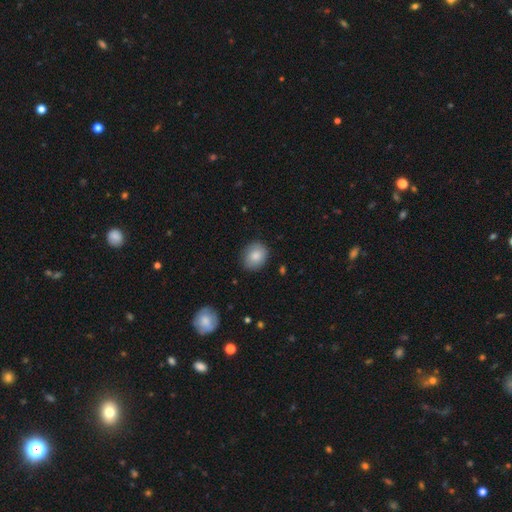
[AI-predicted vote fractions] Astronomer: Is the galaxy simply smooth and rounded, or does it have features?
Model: smooth — 84%.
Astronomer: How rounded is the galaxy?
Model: round — 61% (runner-up: in between, 38%).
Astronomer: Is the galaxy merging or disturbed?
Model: none — 86%.